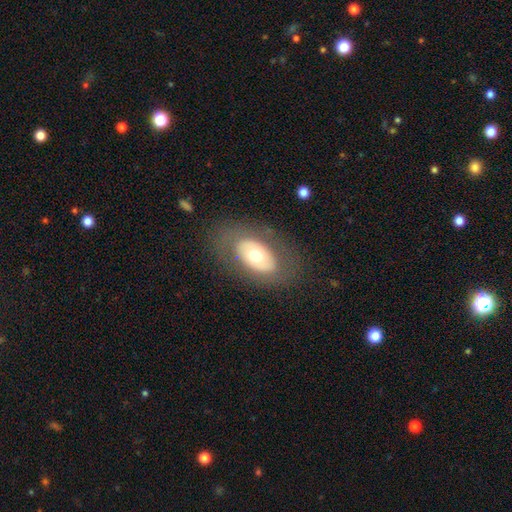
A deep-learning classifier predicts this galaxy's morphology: smooth-or-featured: smooth: 51% | featured or disk: 41% | star or artifact: 8%
  how-rounded: in between: 88% | round: 11% | cigar-shaped: 2%
  merging: none: 77% | minor disturbance: 13% | major disturbance: 9% | merger: 1%